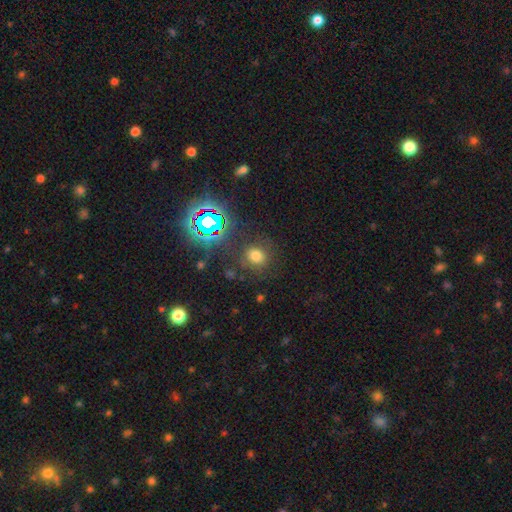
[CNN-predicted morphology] smooth 65%, star or artifact 26%, featured or disk 9%. Down the decision tree: how rounded — round (79%); merging — none (80%).